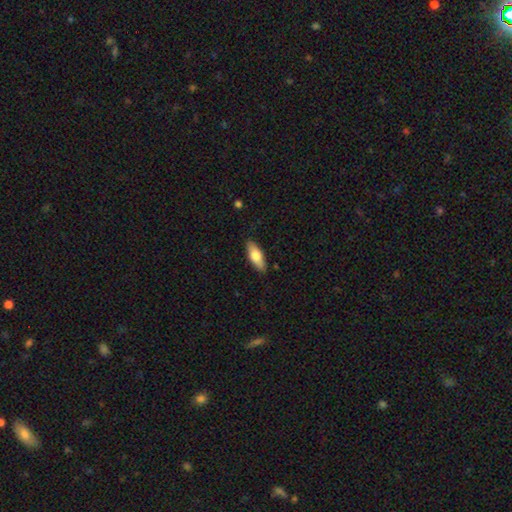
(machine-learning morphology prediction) Q: Smooth or featured?
A: smooth (71%); runner-up: featured or disk (23%)
Q: How rounded?
A: in between (70%); runner-up: cigar-shaped (27%)
Q: Merging?
A: none (87%); runner-up: minor disturbance (10%)